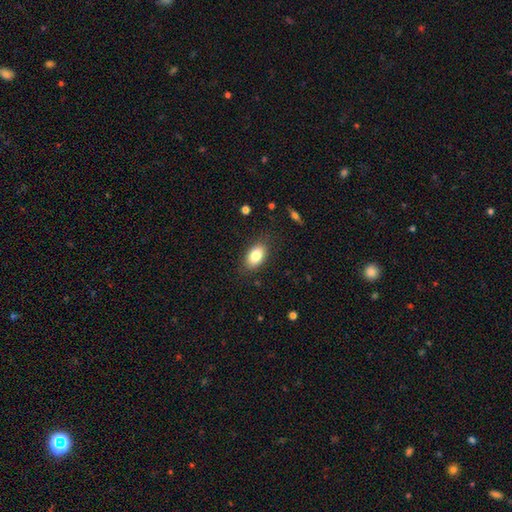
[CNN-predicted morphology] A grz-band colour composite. It shows a smooth galaxy with no disk features (82%) that is in between round and cigar-shaped (90%). Merging: none (84%).